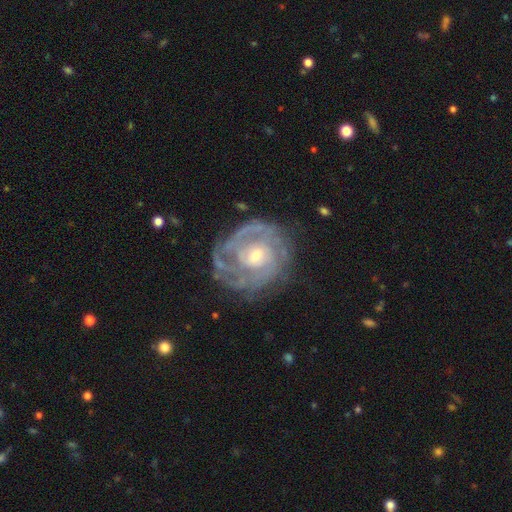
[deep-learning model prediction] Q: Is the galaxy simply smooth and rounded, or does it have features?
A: featured or disk — 85%.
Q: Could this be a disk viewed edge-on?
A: no — 97%.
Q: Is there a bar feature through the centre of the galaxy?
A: no — 65%.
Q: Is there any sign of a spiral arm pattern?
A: yes — 91%.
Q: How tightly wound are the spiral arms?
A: tight — 68%.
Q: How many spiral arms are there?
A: can't tell — 39%.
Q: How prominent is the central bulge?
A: small — 52%.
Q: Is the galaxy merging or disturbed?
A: none — 68%.